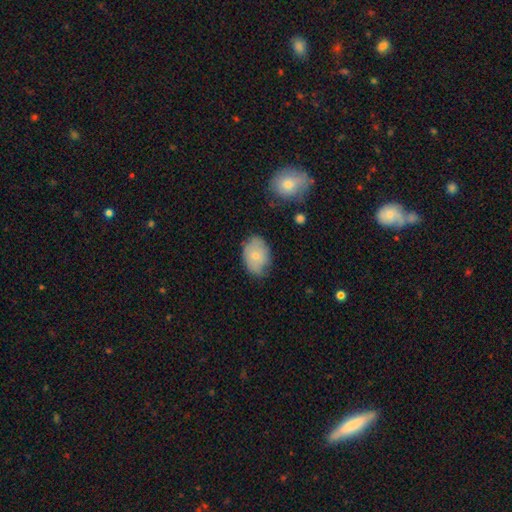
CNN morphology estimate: This appears to be a smooth galaxy with no disk features (71%) that is in between round and cigar-shaped (79%). Merging: none (61%).